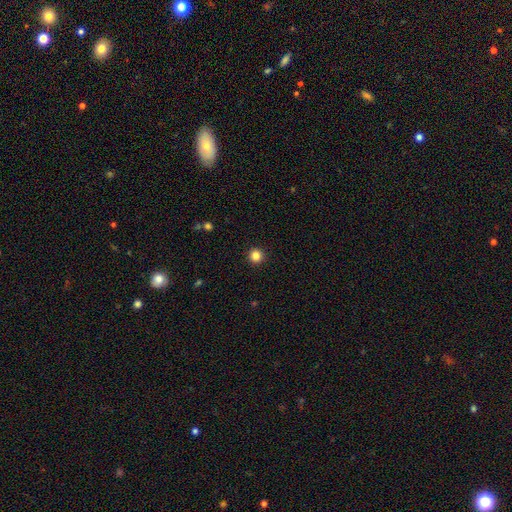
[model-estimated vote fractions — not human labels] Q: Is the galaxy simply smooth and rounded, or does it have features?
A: smooth — 85%.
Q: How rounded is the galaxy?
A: round — 96%.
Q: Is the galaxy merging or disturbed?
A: none — 93%.